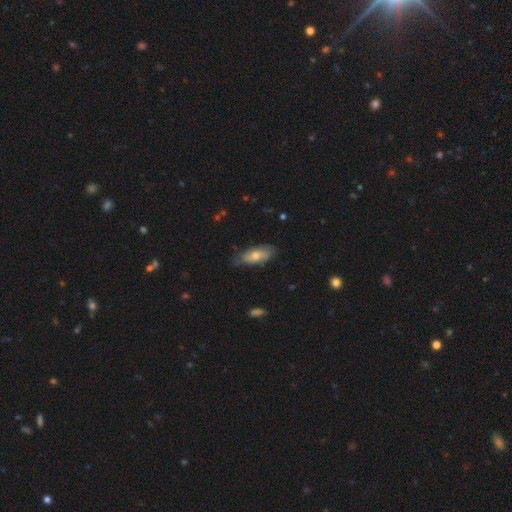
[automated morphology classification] The model was most divided on "smooth or featured": smooth: 66%, featured or disk: 28%, star or artifact: 6%. More confident: how rounded — in between (76%); merging — none (69%).